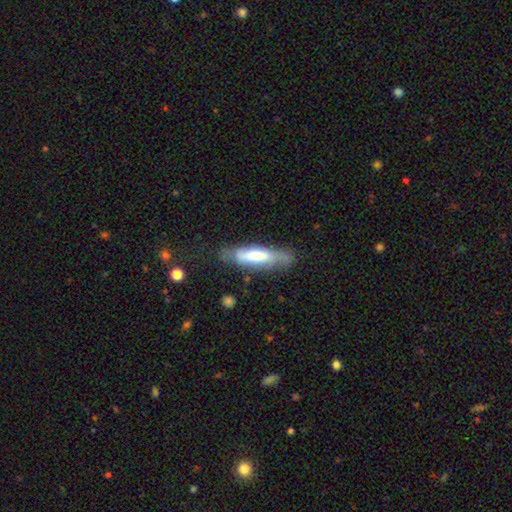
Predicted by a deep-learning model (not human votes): This appears to be a smooth galaxy with no disk features (48%). Merging: none (57%).